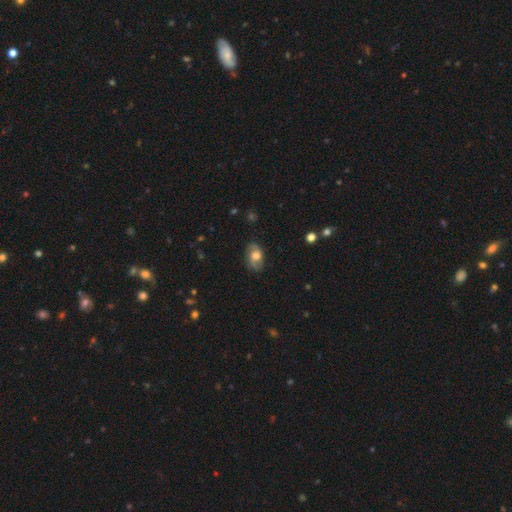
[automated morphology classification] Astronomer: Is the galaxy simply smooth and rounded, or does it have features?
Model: smooth — 47% (runner-up: featured or disk, 44%).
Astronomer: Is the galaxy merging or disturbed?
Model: none — 75%.